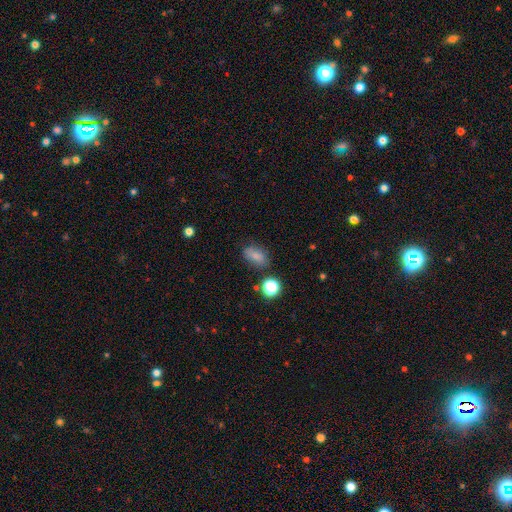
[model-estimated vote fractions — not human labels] smooth 77%, star or artifact 13%, featured or disk 9%. Down the decision tree: how rounded — in between (82%); merging — none (69%).